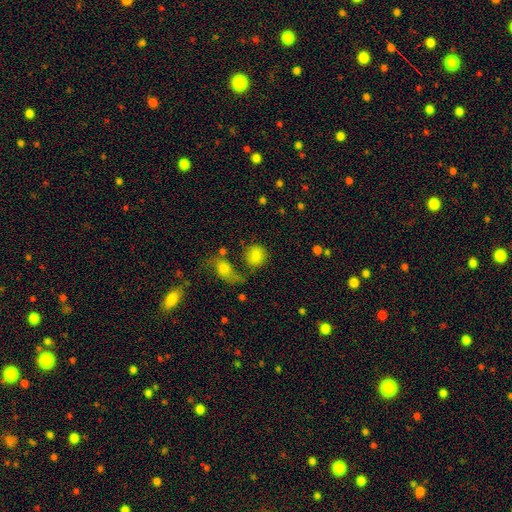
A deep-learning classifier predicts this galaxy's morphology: This appears to be a smooth galaxy with no disk features (79%) that is round (73%). Merging: none (53%).